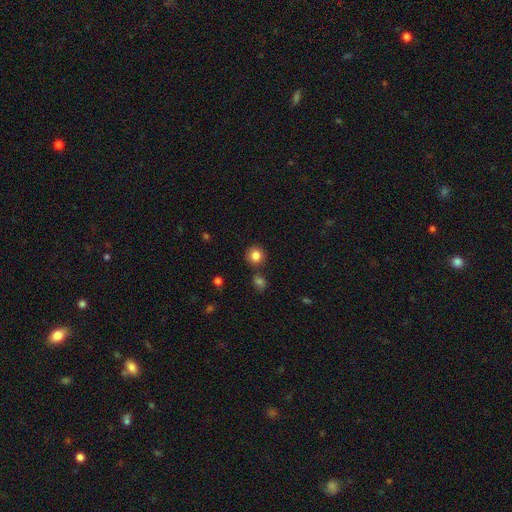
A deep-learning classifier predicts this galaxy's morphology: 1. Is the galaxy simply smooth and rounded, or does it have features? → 84% smooth, 11% star or artifact, 5% featured or disk.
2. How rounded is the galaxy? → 91% round, 8% in between, 1% cigar-shaped.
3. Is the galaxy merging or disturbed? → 82% none, 8% minor disturbance, 8% merger, 3% major disturbance.